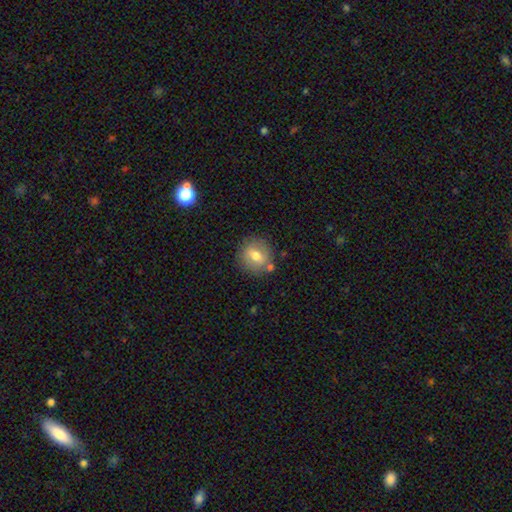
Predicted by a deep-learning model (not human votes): This is likely a smooth galaxy (68%). How rounded: likely round (75%). Merging: likely none (77%).